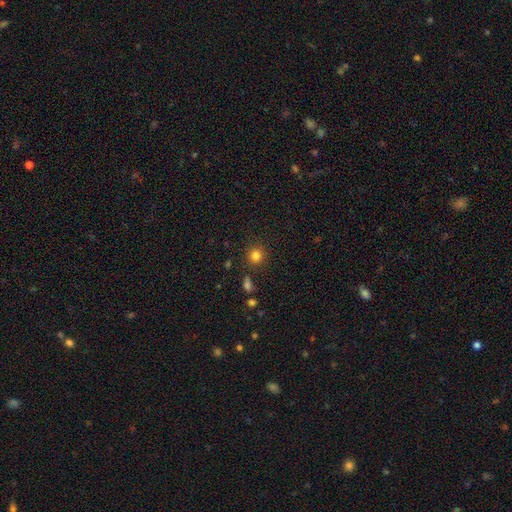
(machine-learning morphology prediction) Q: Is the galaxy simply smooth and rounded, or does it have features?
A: smooth — 82%.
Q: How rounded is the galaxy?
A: round — 90%.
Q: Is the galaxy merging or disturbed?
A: none — 86%.